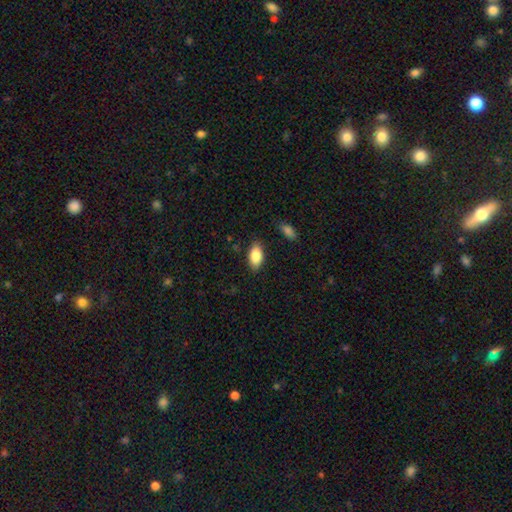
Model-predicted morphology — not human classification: type=smooth (86%); roundness=in between (92%); merging=none (85%).